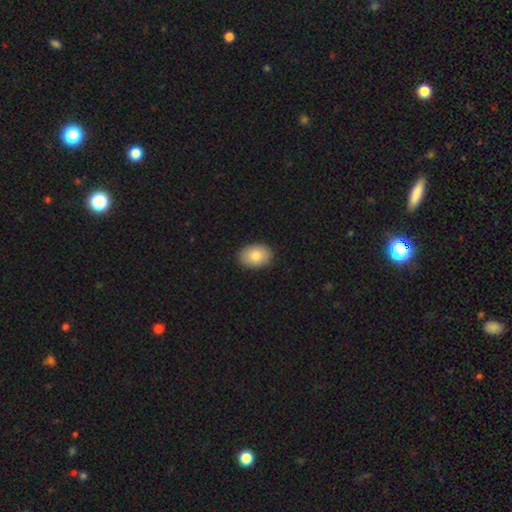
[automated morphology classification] Q: Smooth or featured?
A: smooth (84%); runner-up: featured or disk (10%)
Q: How rounded?
A: in between (80%); runner-up: round (19%)
Q: Merging?
A: none (90%); runner-up: minor disturbance (7%)